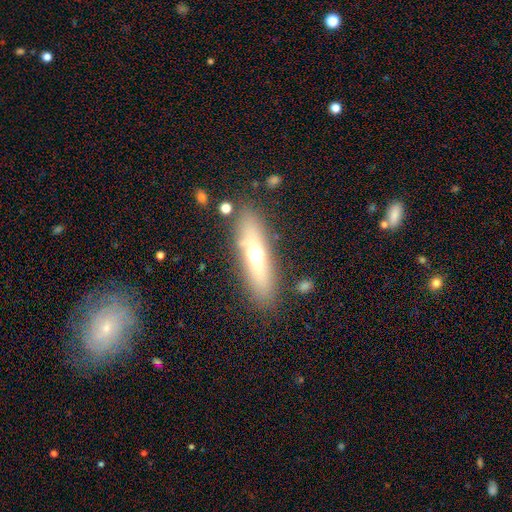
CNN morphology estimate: smooth_or_featured: smooth (p=0.51) [alt: featured or disk p=0.39]
how_rounded: cigar-shaped (p=0.58) [alt: in between p=0.38]
merging: none (p=0.82) [alt: minor disturbance p=0.10]